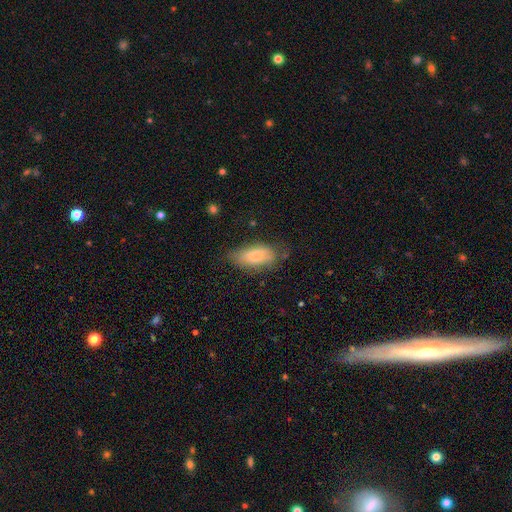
This is likely a smooth galaxy (76%). How rounded: clearly in between (97%). Merging: likely none (62%).